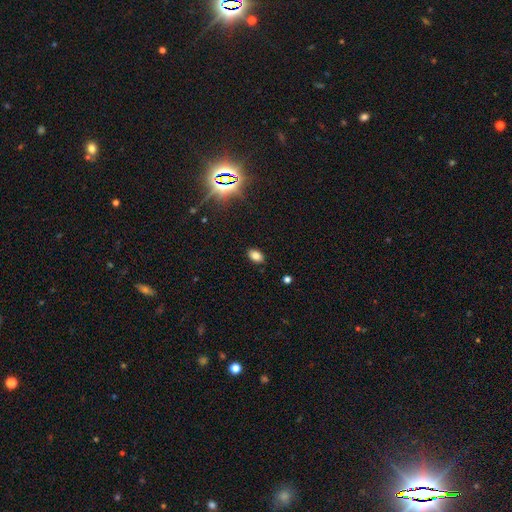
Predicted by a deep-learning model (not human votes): This is likely a smooth galaxy (79%). How rounded: clearly in between (87%). Merging: clearly none (88%).